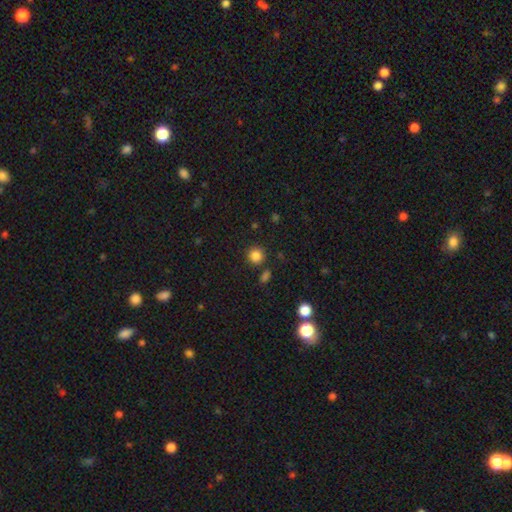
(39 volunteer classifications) This appears to be a smooth galaxy with no disk features (87%) that is round (94%). Merging: none (89%).